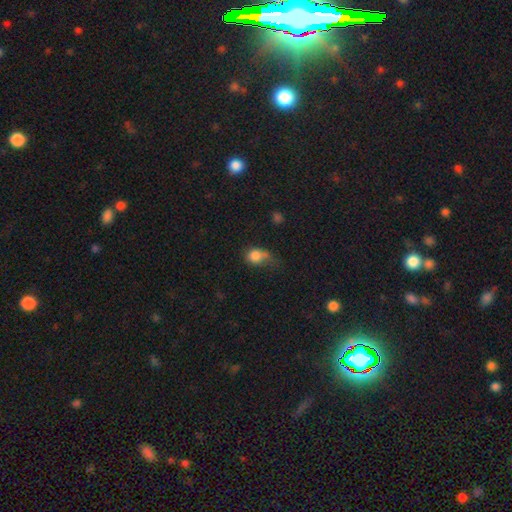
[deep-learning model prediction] Morphology: type=smooth (79%); roundness=round (50%); merging=minor disturbance (36%).